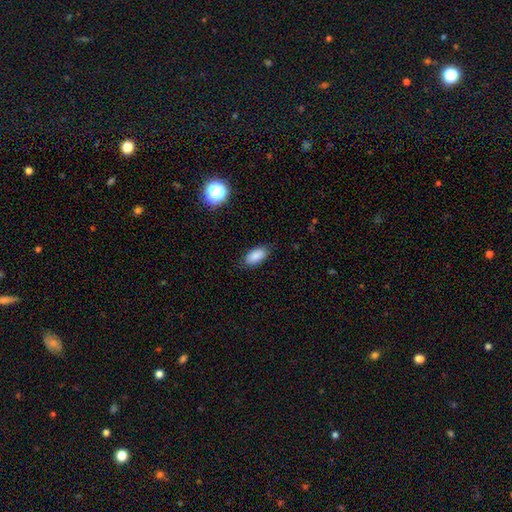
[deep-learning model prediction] A smooth galaxy with no disk features (86%) that is in between round and cigar-shaped (91%).

Vote fractions:
- Smooth or featured? smooth: 86% / star or artifact: 8% / featured or disk: 5%
- How rounded? in between: 91% / cigar-shaped: 6% / round: 3%
- Merging? none: 83% / minor disturbance: 13% / major disturbance: 3% / merger: 1%